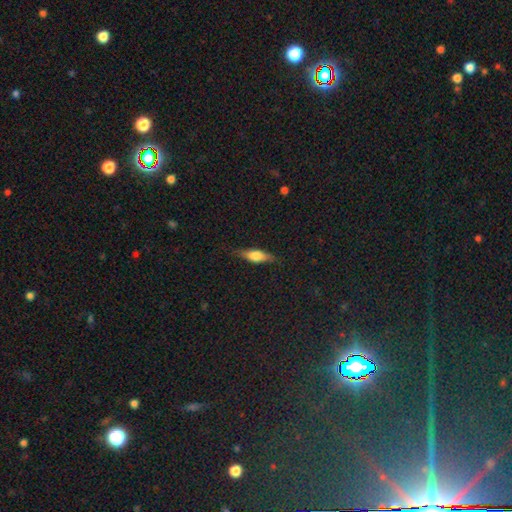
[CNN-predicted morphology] This is likely a smooth galaxy (61%). How rounded: possibly in between (56%). Merging: likely none (78%).